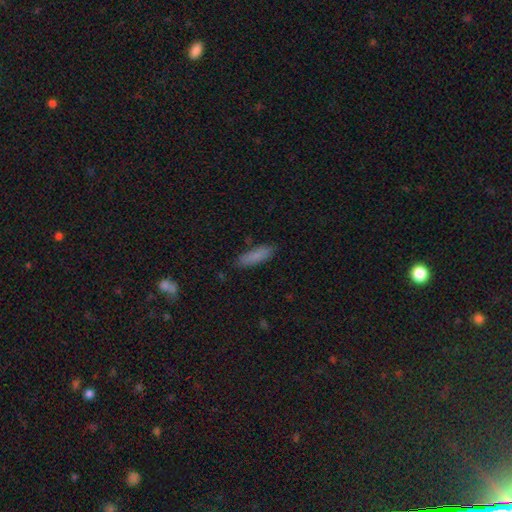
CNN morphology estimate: A smooth galaxy with no disk features (85%) that is cigar-shaped (61%). Merging: none (84%).